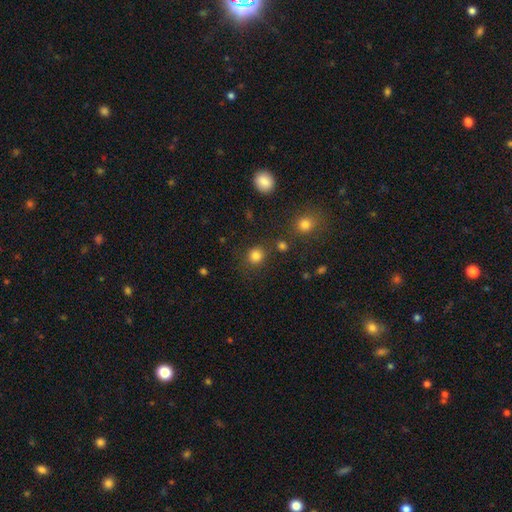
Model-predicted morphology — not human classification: This is clearly a smooth galaxy (82%). How rounded: clearly round (87%). Merging: clearly none (81%).